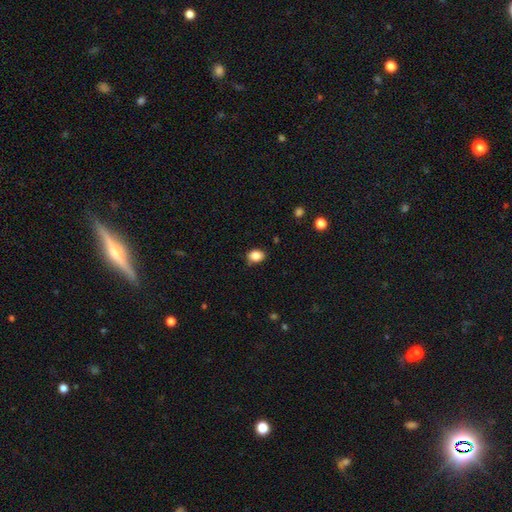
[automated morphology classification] Smooth or featured? smooth (86%)
How rounded? in between (62%)
Merging? none (82%)